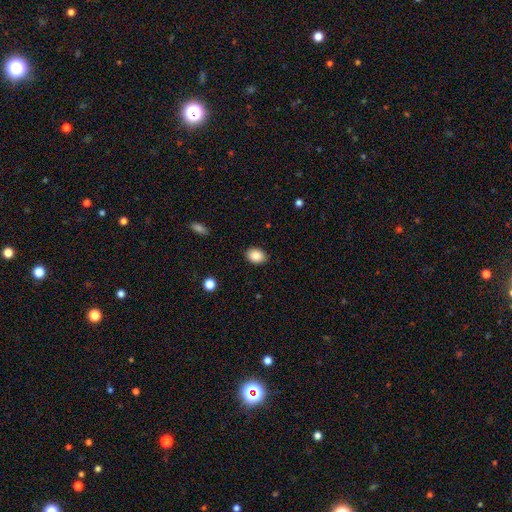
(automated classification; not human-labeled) Smooth or featured? smooth (86%)
How rounded? in between (71%)
Merging? none (87%)